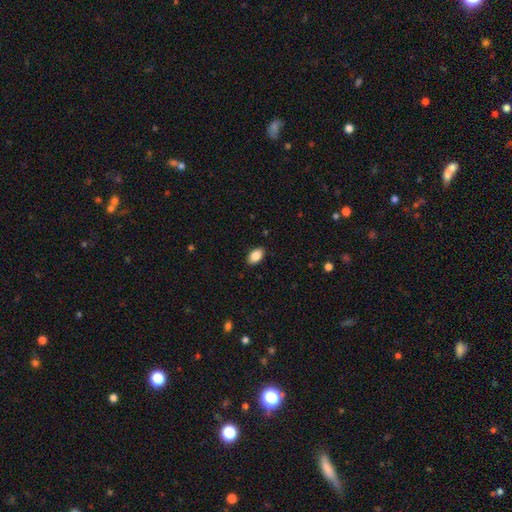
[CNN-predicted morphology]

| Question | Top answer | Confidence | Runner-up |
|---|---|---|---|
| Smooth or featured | smooth | 88% | star or artifact (7%) |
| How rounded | in between | 93% | round (5%) |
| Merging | none | 89% | minor disturbance (8%) |